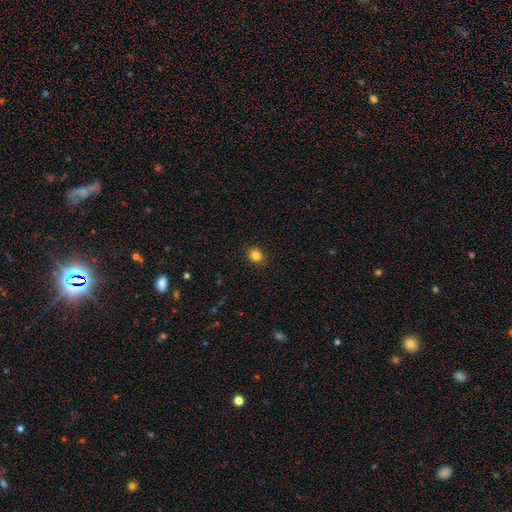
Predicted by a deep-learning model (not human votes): smooth_or_featured: smooth (p=0.83) [alt: star or artifact p=0.12]
how_rounded: round (p=0.71) [alt: in between p=0.28]
merging: none (p=0.89) [alt: minor disturbance p=0.08]